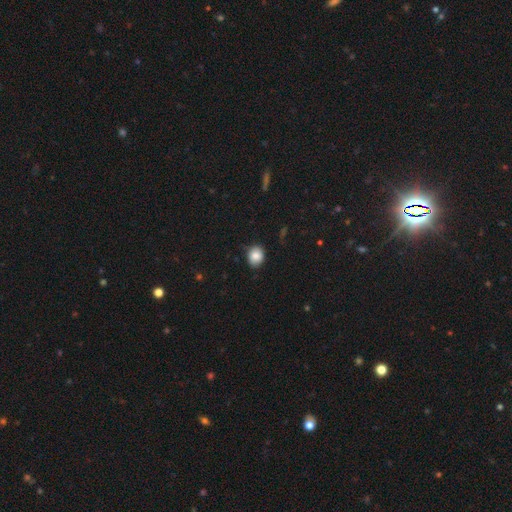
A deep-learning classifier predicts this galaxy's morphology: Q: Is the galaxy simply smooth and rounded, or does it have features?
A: smooth — 85%.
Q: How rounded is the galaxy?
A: round — 56%.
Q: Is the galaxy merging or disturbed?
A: none — 81%.